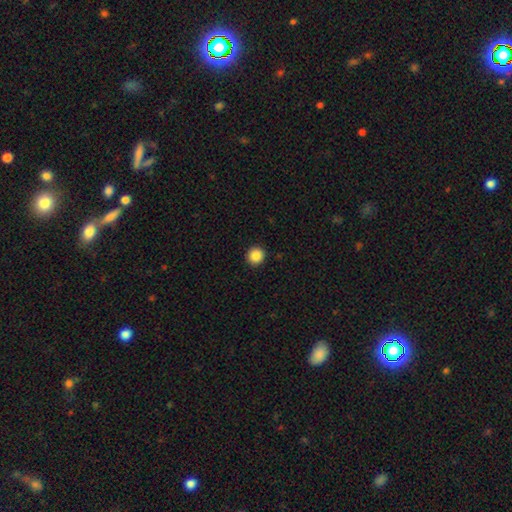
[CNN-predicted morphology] Q: Smooth or featured?
A: smooth (88%); runner-up: star or artifact (10%)
Q: How rounded?
A: round (95%); runner-up: in between (4%)
Q: Merging?
A: none (93%); runner-up: minor disturbance (4%)